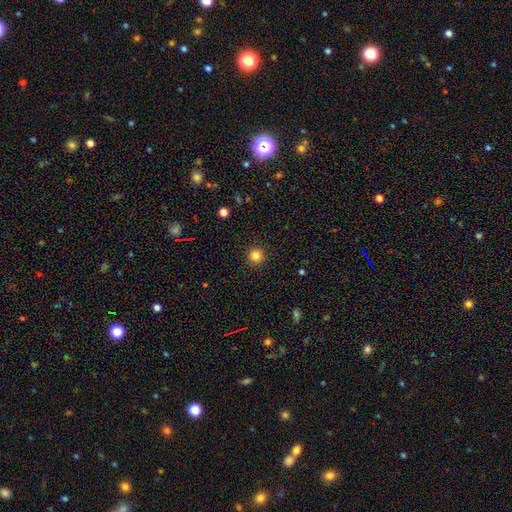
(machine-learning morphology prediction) Smooth or featured?
  - smooth: 83% *
  - star or artifact: 13%
  - featured or disk: 4%
How rounded?
  - round: 95% *
  - in between: 4%
  - cigar-shaped: 1%
Merging?
  - none: 92% *
  - minor disturbance: 5%
  - major disturbance: 2%
  - merger: 1%